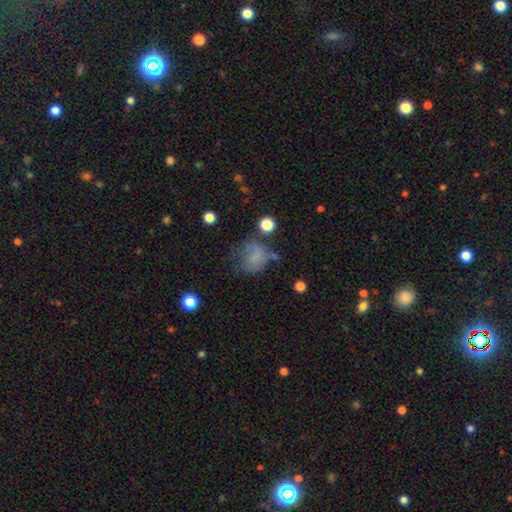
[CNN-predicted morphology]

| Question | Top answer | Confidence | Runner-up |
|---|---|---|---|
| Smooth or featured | smooth | 59% | featured or disk (25%) |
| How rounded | round | 57% | in between (41%) |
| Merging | none | 34% | major disturbance (32%) |